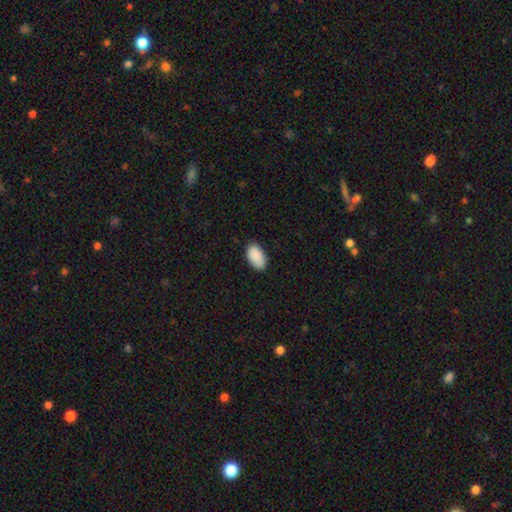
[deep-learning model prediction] Smooth or featured? Predicted: smooth (p=0.91). How rounded? Predicted: in between (p=0.95). Merging? Predicted: none (p=0.84).